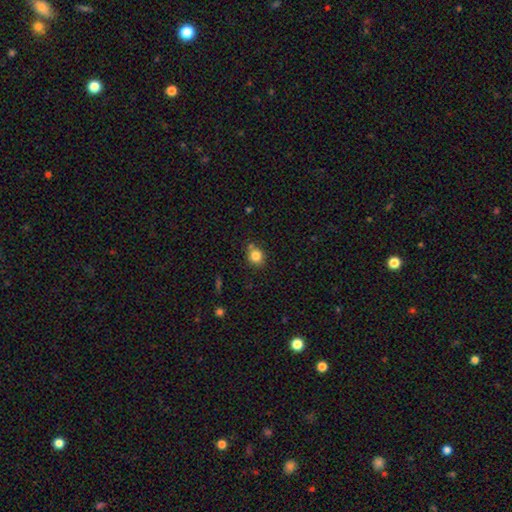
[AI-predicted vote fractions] A smooth galaxy with no disk features (82%) that is round (76%). Merging: none (74%).